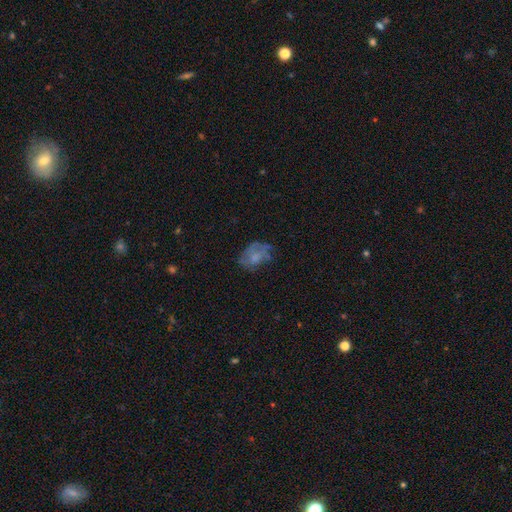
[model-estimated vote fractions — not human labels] smooth 48%, featured or disk 41%, star or artifact 11%. Down the decision tree: merging — none (48%).